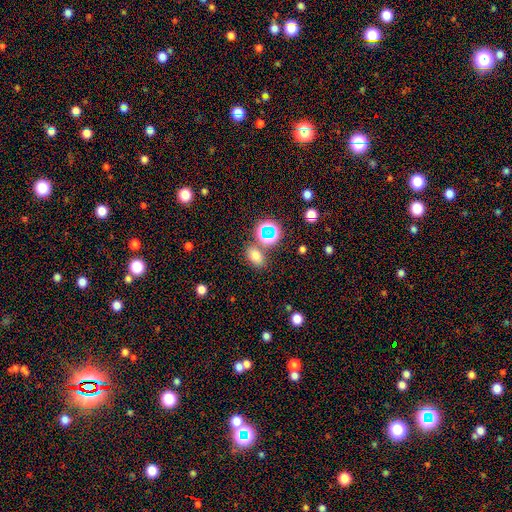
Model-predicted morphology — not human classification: Q: Smooth or featured?
A: smooth (69%); runner-up: star or artifact (22%)
Q: How rounded?
A: in between (74%); runner-up: round (24%)
Q: Merging?
A: none (73%); runner-up: merger (13%)